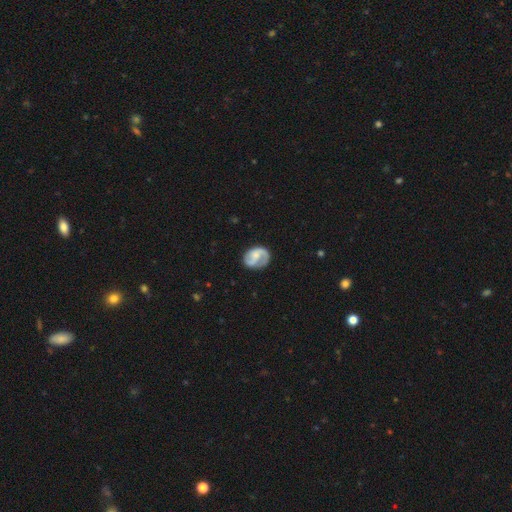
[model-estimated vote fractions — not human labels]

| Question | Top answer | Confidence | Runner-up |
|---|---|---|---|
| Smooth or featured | featured or disk | 67% | smooth (27%) |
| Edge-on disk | no | 98% | yes (2%) |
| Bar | no | 54% | weak (37%) |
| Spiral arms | yes | 89% | no (11%) |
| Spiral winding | medium | 43% | tight (29%) |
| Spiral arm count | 2 | 66% | 1 (21%) |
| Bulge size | small | 44% | moderate (32%) |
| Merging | none | 67% | minor disturbance (22%) |